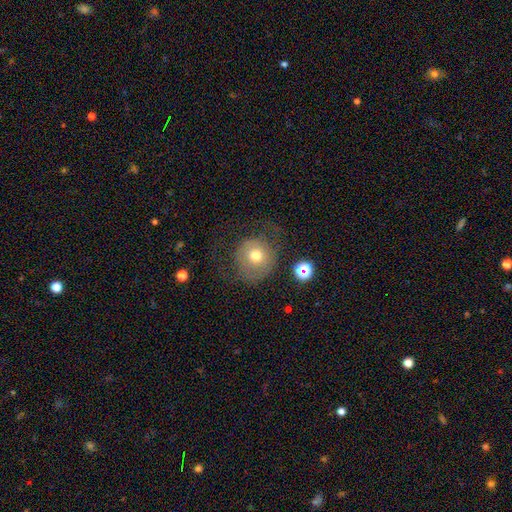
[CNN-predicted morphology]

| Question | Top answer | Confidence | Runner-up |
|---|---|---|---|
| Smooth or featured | smooth | 62% | featured or disk (27%) |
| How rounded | round | 88% | in between (11%) |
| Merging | none | 49% | major disturbance (28%) |